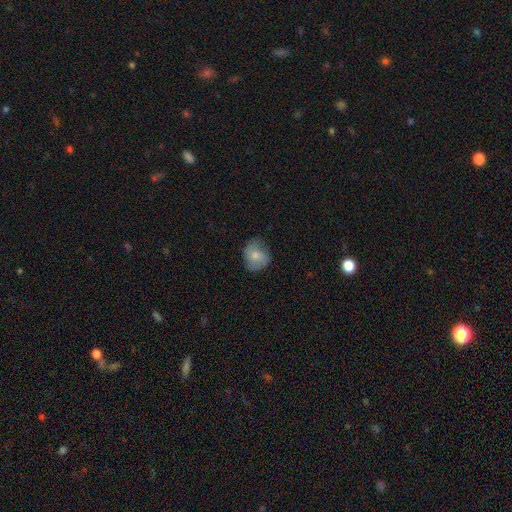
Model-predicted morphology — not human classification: A smooth galaxy with no disk features (72%) that is round (68%).

Vote fractions:
- Smooth or featured? smooth: 72% / featured or disk: 20% / star or artifact: 8%
- How rounded? round: 68% / in between: 31% / cigar-shaped: 1%
- Merging? none: 59% / minor disturbance: 30% / major disturbance: 10% / merger: 1%